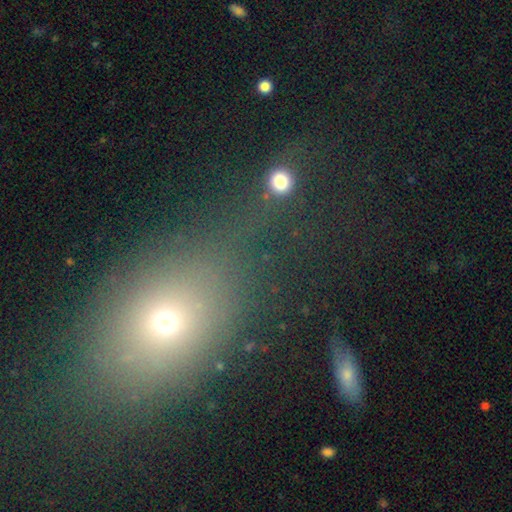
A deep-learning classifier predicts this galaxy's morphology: Smooth or featured? Predicted: smooth (p=0.54). How rounded? Predicted: in between (p=0.48, tied with round). Merging? Predicted: none (p=0.63).